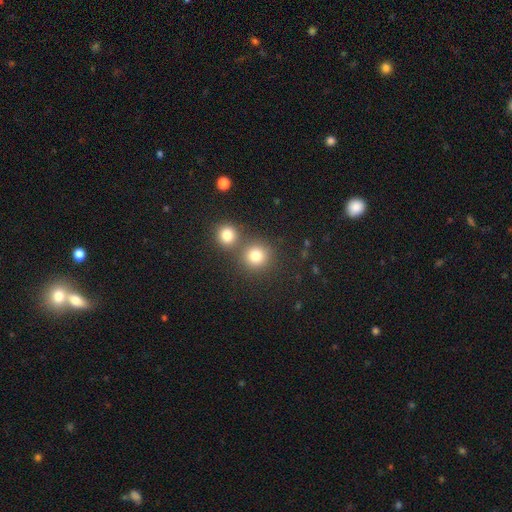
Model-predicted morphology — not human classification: type=smooth (80%); roundness=round (90%); merging=none (63%).